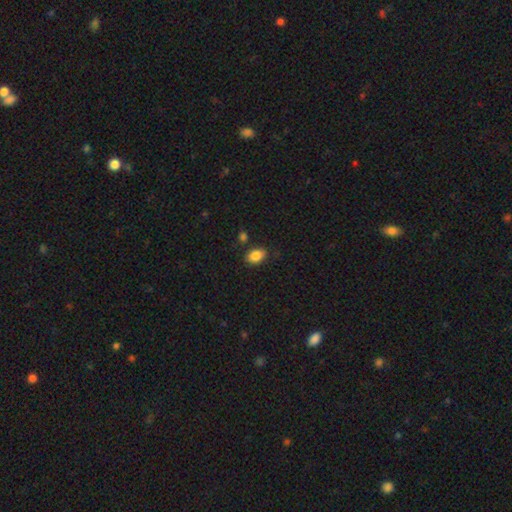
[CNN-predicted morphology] Smooth or featured: smooth — 86% (star or artifact — 8%)
How rounded: in between — 83% (round — 16%)
Merging: none — 80% (minor disturbance — 12%)